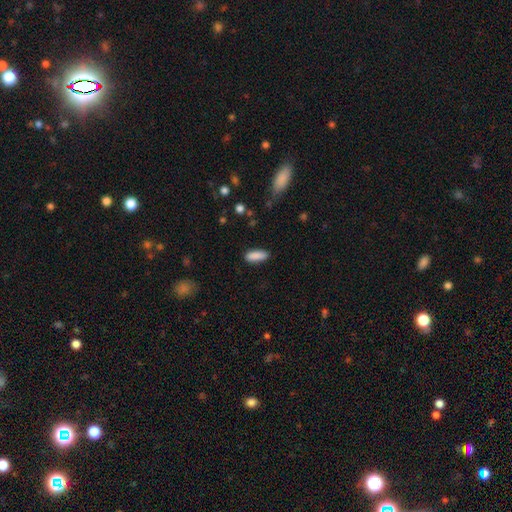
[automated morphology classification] Smooth or featured? smooth (88%)
How rounded? in between (62%)
Merging? none (84%)